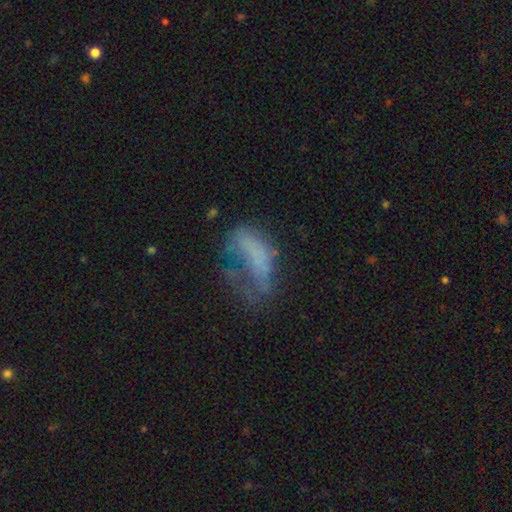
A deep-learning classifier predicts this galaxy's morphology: smooth-or-featured: smooth: 49% | featured or disk: 35% | star or artifact: 16%
  merging: major disturbance: 47% | none: 25% | minor disturbance: 21% | merger: 7%